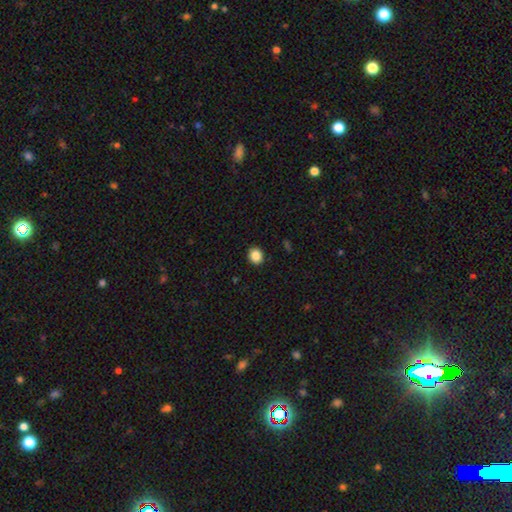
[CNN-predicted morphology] Q: Smooth or featured?
A: smooth (87%); runner-up: star or artifact (9%)
Q: How rounded?
A: round (75%); runner-up: in between (24%)
Q: Merging?
A: none (92%); runner-up: minor disturbance (6%)